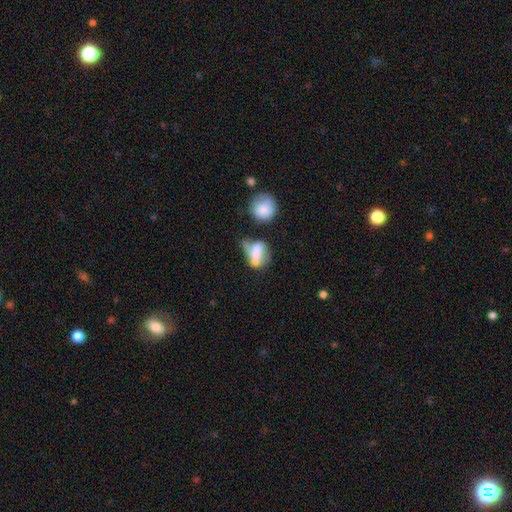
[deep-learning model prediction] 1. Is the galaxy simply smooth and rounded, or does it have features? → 50% smooth, 40% featured or disk, 10% star or artifact.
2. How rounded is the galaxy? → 70% in between, 25% round, 5% cigar-shaped.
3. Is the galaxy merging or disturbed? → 39% merger, 25% major disturbance, 19% none, 16% minor disturbance.